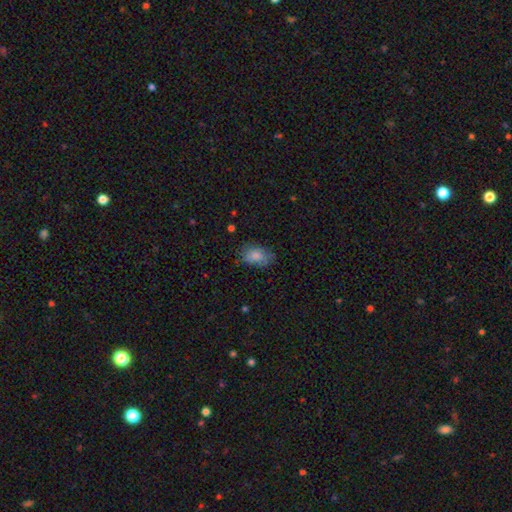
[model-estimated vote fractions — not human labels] Overall: smooth (82%). How rounded: in between (85%). Merging: none (66%).